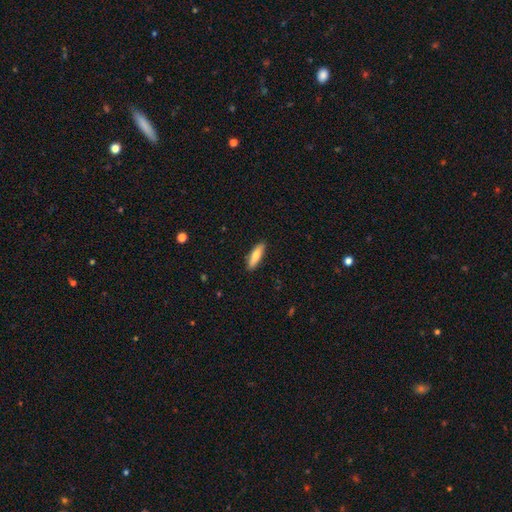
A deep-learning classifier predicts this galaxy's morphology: This is likely a smooth galaxy (79%). How rounded: possibly cigar-shaped (57%). Merging: clearly none (89%).